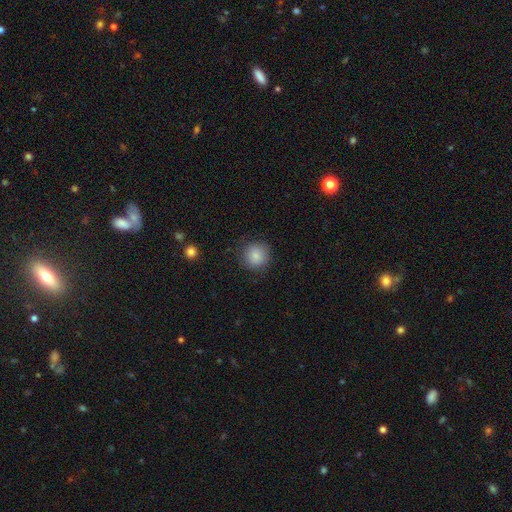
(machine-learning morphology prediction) A smooth galaxy with no disk features (86%) that is round (92%).

Vote fractions:
- Smooth or featured? smooth: 86% / star or artifact: 9% / featured or disk: 5%
- How rounded? round: 92% / in between: 7% / cigar-shaped: 1%
- Merging? none: 85% / minor disturbance: 11% / major disturbance: 4% / merger: 1%